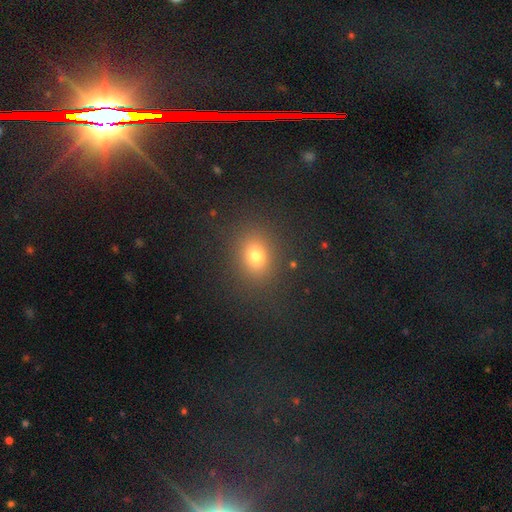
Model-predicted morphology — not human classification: This is likely a smooth galaxy (74%). How rounded: possibly round (58%). Merging: clearly none (85%).